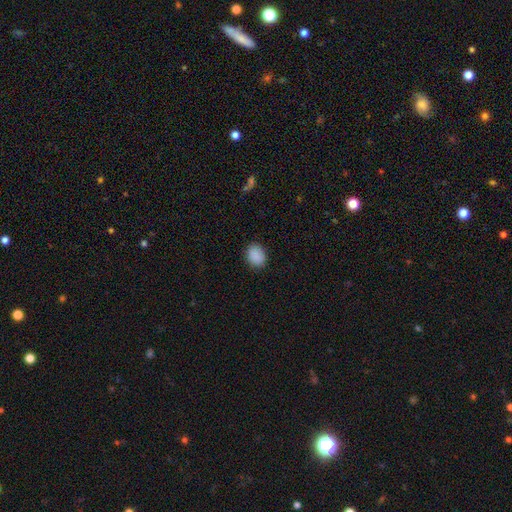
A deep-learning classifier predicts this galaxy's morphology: smooth-or-featured: smooth: 89% | star or artifact: 8% | featured or disk: 3%
  how-rounded: in between: 55% | round: 44% | cigar-shaped: 1%
  merging: none: 88% | minor disturbance: 9% | major disturbance: 2% | merger: 1%